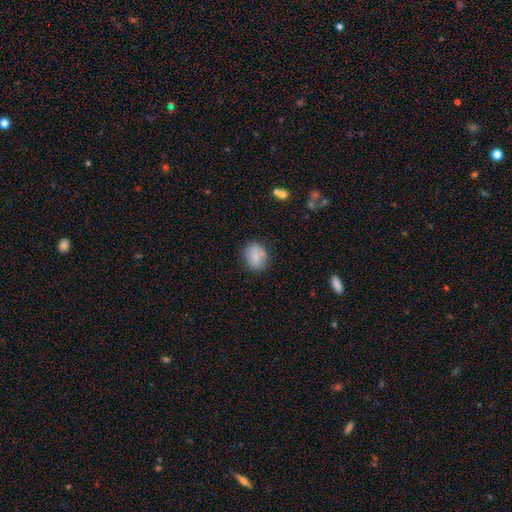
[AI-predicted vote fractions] smooth_or_featured: smooth (p=0.78) [alt: featured or disk p=0.13]
how_rounded: round (p=0.50) [alt: in between p=0.48]
merging: none (p=0.78) [alt: minor disturbance p=0.16]